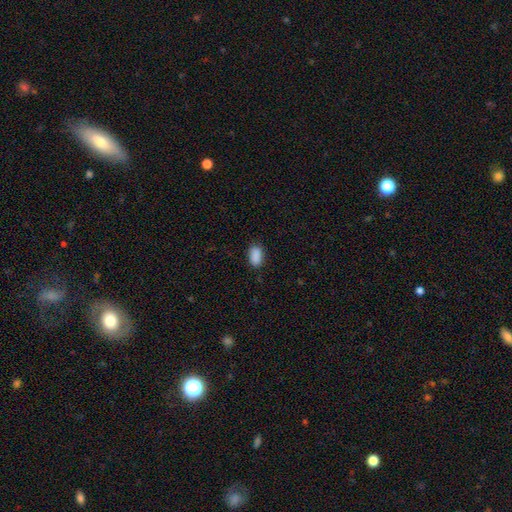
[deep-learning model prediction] Q: Smooth or featured?
A: smooth (89%); runner-up: star or artifact (8%)
Q: How rounded?
A: in between (92%); runner-up: round (5%)
Q: Merging?
A: none (85%); runner-up: minor disturbance (11%)